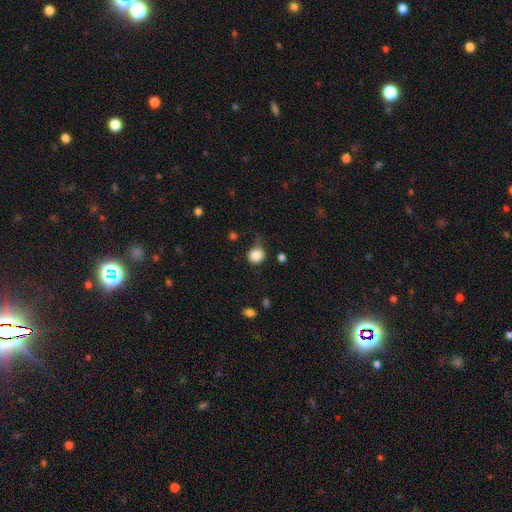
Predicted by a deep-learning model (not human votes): A smooth galaxy with no disk features (85%) that is round (89%).

Vote fractions:
- Smooth or featured? smooth: 85% / star or artifact: 10% / featured or disk: 5%
- How rounded? round: 89% / in between: 10% / cigar-shaped: 1%
- Merging? none: 62% / minor disturbance: 27% / major disturbance: 8% / merger: 3%